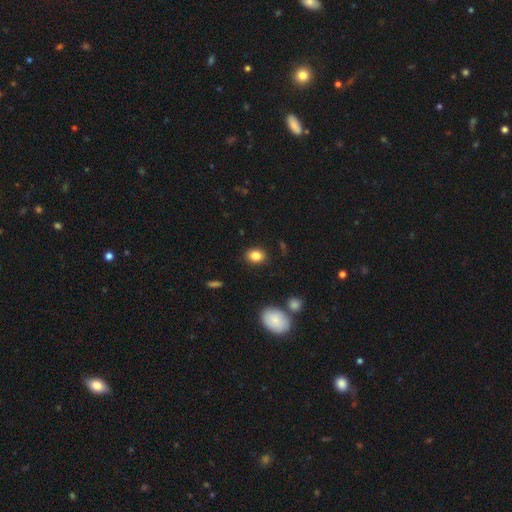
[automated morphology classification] Smooth or featured? smooth (84%)
How rounded? in between (69%)
Merging? none (87%)